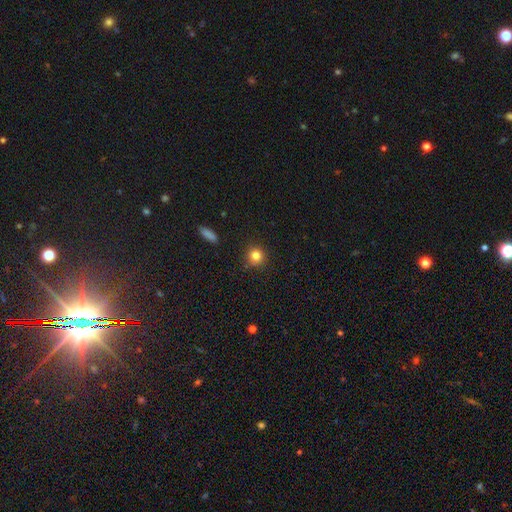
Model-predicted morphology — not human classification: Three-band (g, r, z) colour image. It shows a smooth galaxy with no disk features (82%) that is round (92%). Merging: none (88%).